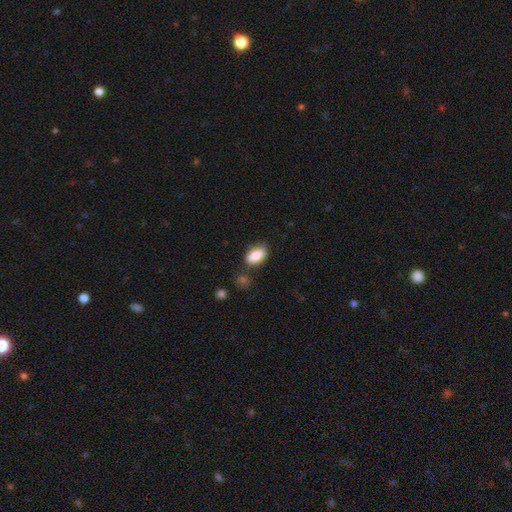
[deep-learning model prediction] Q: Smooth or featured?
A: smooth (87%); runner-up: star or artifact (7%)
Q: How rounded?
A: in between (91%); runner-up: round (6%)
Q: Merging?
A: none (73%); runner-up: minor disturbance (18%)